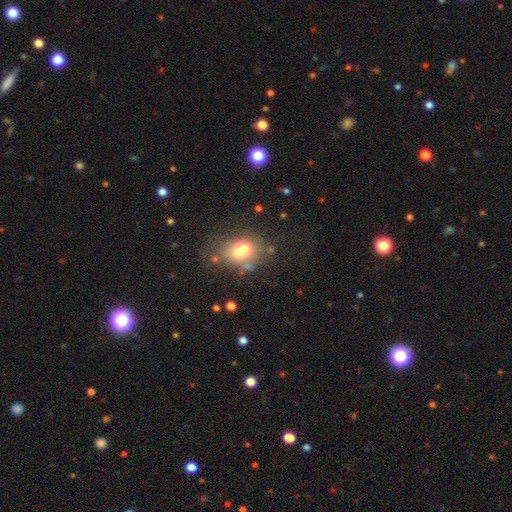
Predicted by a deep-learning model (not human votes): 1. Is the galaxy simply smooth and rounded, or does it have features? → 57% smooth, 26% star or artifact, 17% featured or disk.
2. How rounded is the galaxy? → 57% in between, 41% round, 3% cigar-shaped.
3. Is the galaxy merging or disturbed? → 67% none, 18% minor disturbance, 9% major disturbance, 6% merger.